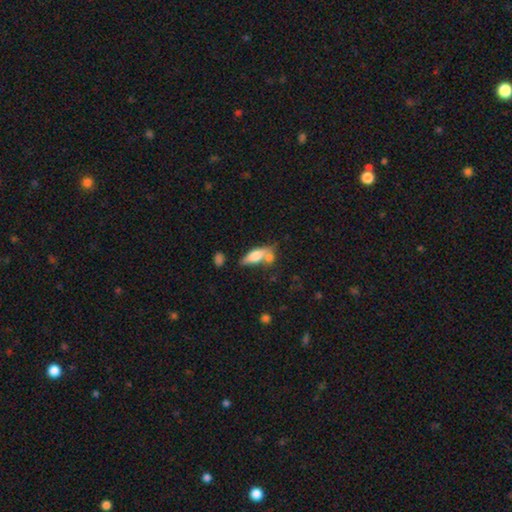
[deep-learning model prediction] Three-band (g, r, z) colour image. It shows a smooth galaxy with no disk features (66%) that is in between round and cigar-shaped (60%). Merging: none (44%).